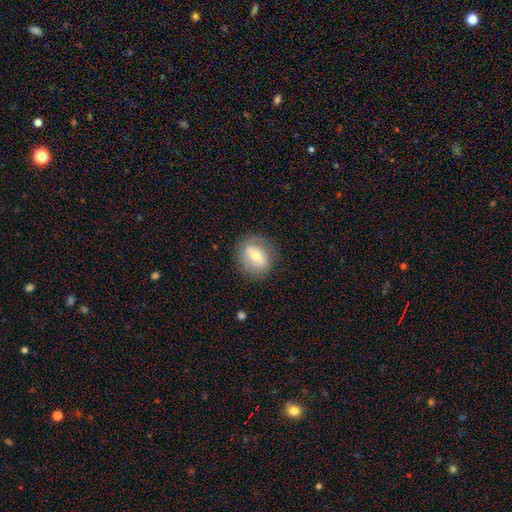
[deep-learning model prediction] Smooth or featured?
  - smooth: 51% *
  - featured or disk: 41%
  - star or artifact: 8%
How rounded?
  - round: 69% *
  - in between: 29%
  - cigar-shaped: 2%
Merging?
  - none: 80% *
  - minor disturbance: 13%
  - major disturbance: 6%
  - merger: 1%